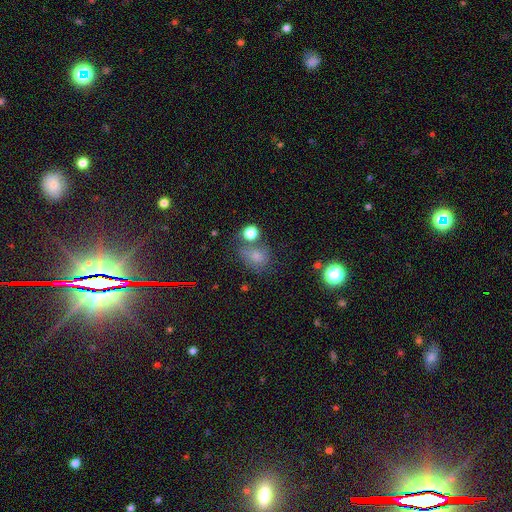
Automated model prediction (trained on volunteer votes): Smooth or featured: smooth — 53% (star or artifact — 34%)
How rounded: round — 58% (in between — 40%)
Merging: none — 61% (minor disturbance — 17%)